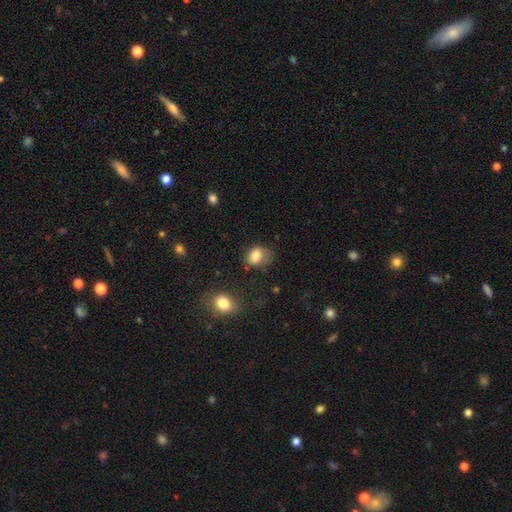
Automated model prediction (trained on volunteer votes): Smooth or featured? smooth (82%)
How rounded? in between (60%)
Merging? none (48%)